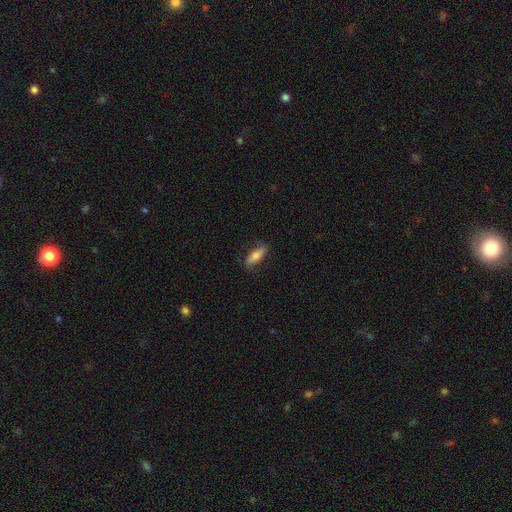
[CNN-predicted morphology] A smooth galaxy with no disk features (69%) that is in between round and cigar-shaped (60%). Merging: none (78%).